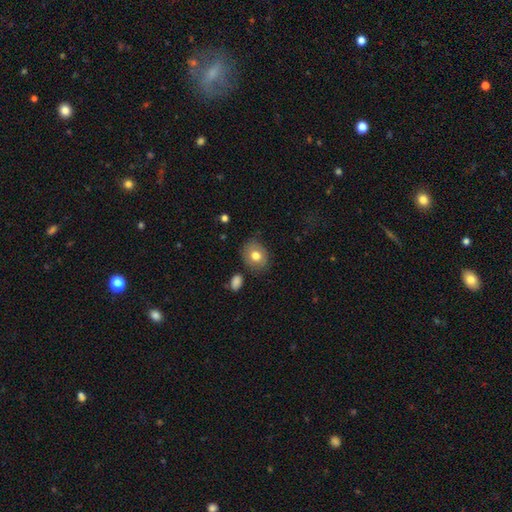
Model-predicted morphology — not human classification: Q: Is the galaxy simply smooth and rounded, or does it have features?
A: smooth — 73%.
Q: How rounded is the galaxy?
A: round — 53%.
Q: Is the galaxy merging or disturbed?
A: none — 78%.